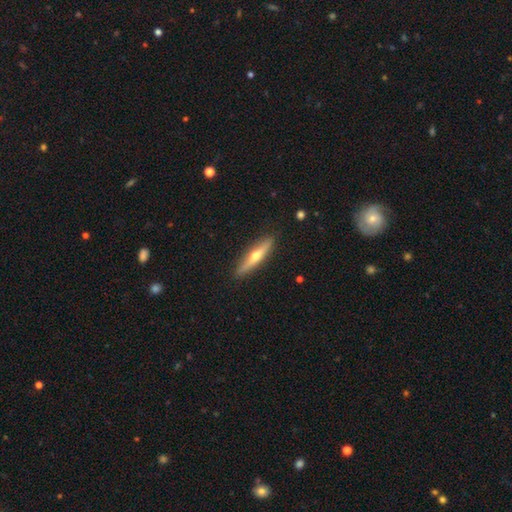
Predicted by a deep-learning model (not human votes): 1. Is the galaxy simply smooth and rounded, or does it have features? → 59% featured or disk, 35% smooth, 6% star or artifact.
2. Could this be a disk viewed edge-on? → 94% yes, 6% no.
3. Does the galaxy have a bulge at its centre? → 92% rounded, 6% none, 2% boxy.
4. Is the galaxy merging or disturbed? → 90% none, 7% minor disturbance, 2% major disturbance, 1% merger.